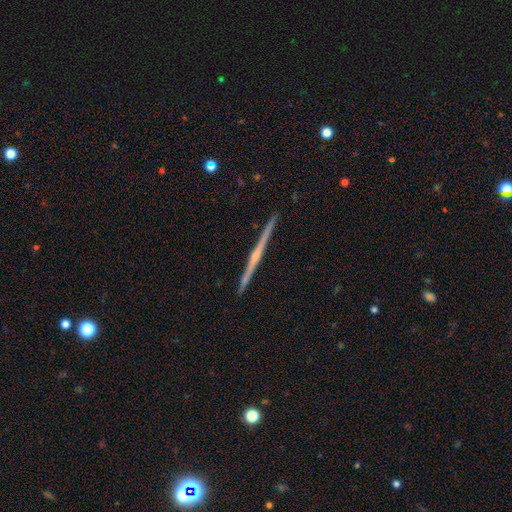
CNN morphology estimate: smooth_or_featured: featured or disk (p=0.77) [alt: smooth p=0.16]
disk_edge_on: yes (p=0.98) [alt: no p=0.02]
edge_on_bulge: rounded (p=0.59) [alt: none p=0.34]
merging: none (p=0.90) [alt: minor disturbance p=0.07]